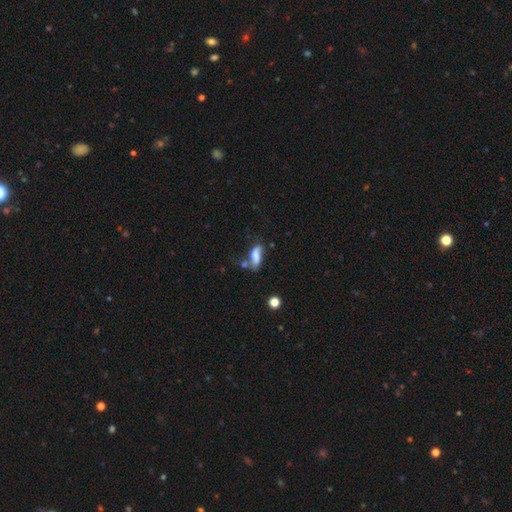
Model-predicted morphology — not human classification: This appears to be a smooth galaxy with no disk features (66%) that is in between round and cigar-shaped (73%). Merging: none (40%).